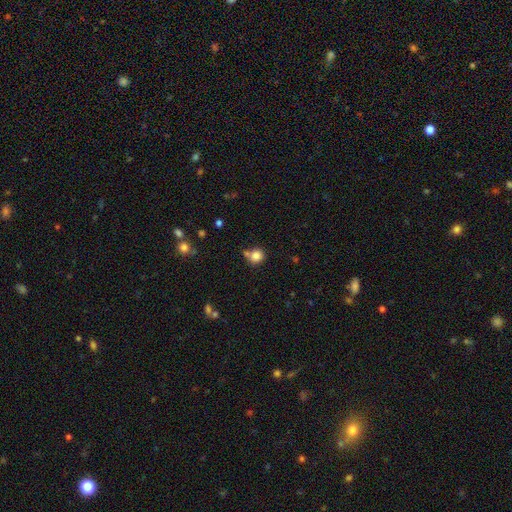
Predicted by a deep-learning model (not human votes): Q: Smooth or featured?
A: smooth (83%); runner-up: star or artifact (11%)
Q: How rounded?
A: round (88%); runner-up: in between (12%)
Q: Merging?
A: none (61%); runner-up: merger (22%)